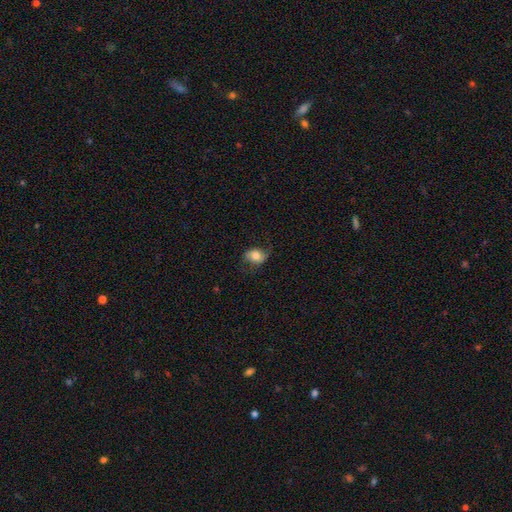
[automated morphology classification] Overall: smooth (60%; featured or disk 31%). How rounded: in between (65%; round 33%). Merging: none (66%).